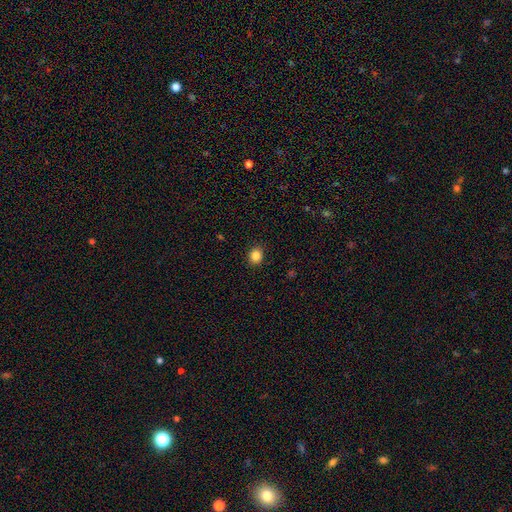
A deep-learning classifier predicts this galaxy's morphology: smooth 85%, star or artifact 11%, featured or disk 4%. Down the decision tree: how rounded — round (72%); merging — none (91%).